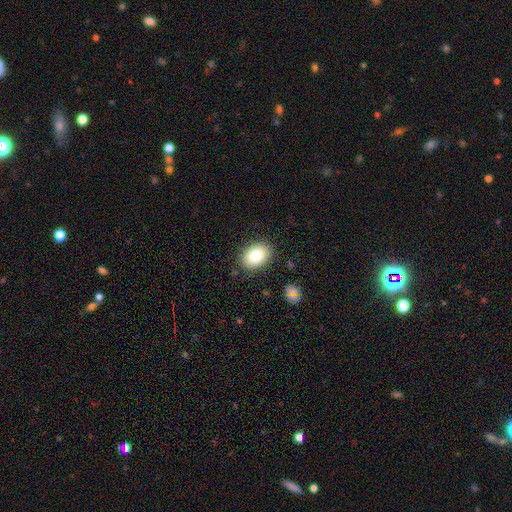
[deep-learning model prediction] Morphology: type=smooth (83%); roundness=in between (75%); merging=none (86%).